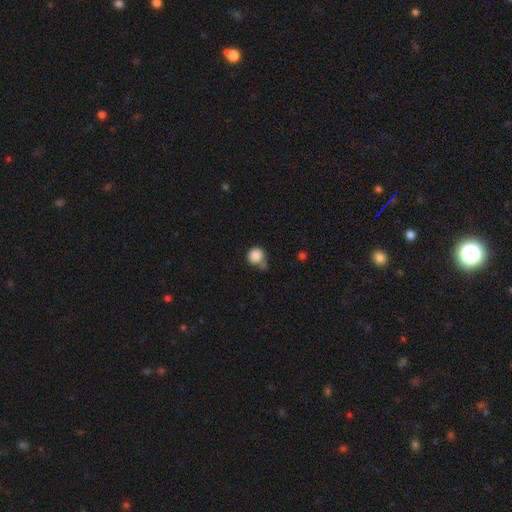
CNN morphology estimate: This appears to be a smooth galaxy with no disk features (86%) that is round (89%). Merging: none (49%).